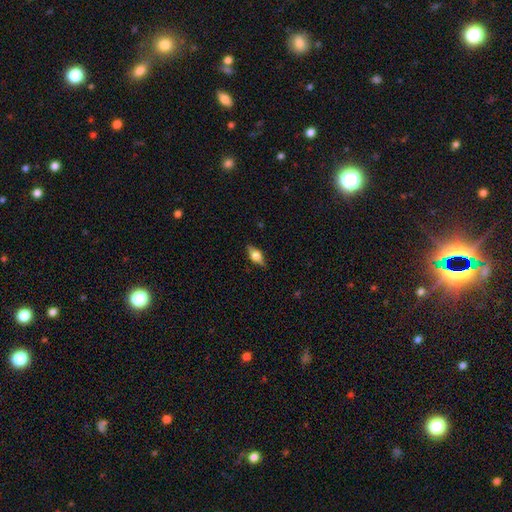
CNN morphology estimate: Smooth or featured: featured or disk — 48% (smooth — 44%)
Merging: none — 84% (minor disturbance — 12%)